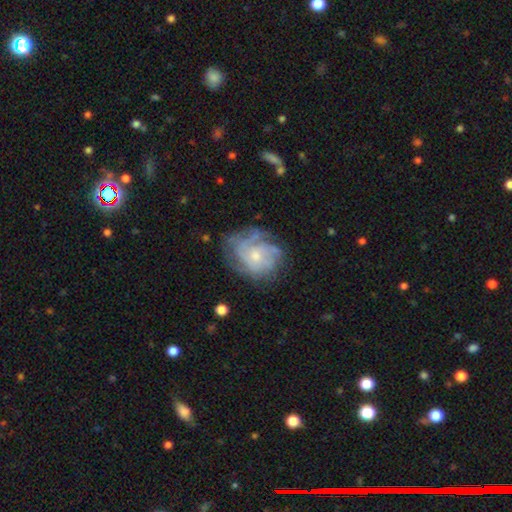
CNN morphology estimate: smooth-or-featured: featured or disk: 73% | smooth: 19% | star or artifact: 8%
  disk-edge-on: no: 98% | yes: 2%
    bar: no: 78% | weak: 19% | strong: 2%
    has-spiral-arms: yes: 84% | no: 16%
      spiral-winding: tight: 52% | medium: 34% | loose: 13%
      spiral-arm-count: can't tell: 43% | 3: 18% | 4: 16% | 2: 11% | more than 4: 7% | 1: 5%
    bulge-size: small: 52% | moderate: 41% | none: 4% | large: 3% | dominant: 1%
  merging: none: 59% | minor disturbance: 23% | major disturbance: 16% | merger: 2%